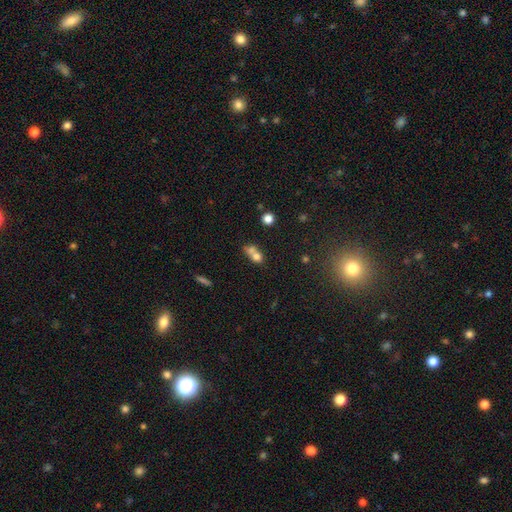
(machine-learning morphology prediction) Smooth or featured? smooth (69%)
How rounded? round (54%)
Merging? merger (64%)